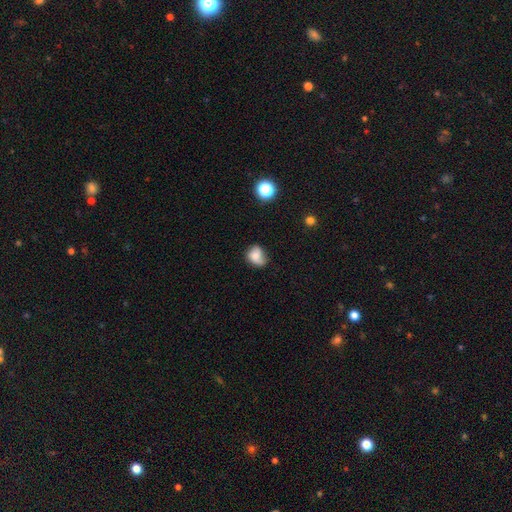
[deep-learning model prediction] A smooth galaxy with no disk features (68%) that is in between round and cigar-shaped (51%). Merging: none (46%).